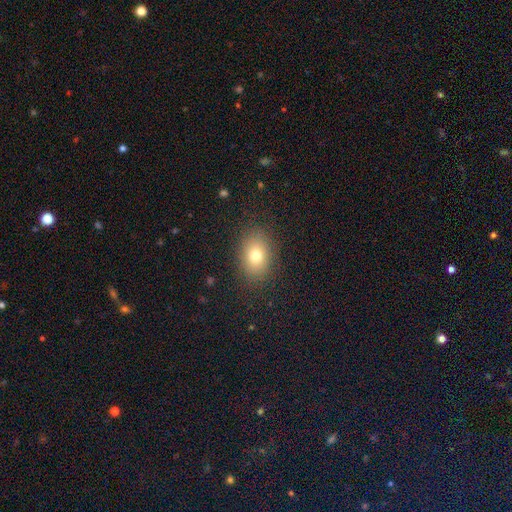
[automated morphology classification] Smooth or featured? Predicted: smooth (p=0.76). How rounded? Predicted: in between (p=0.66). Merging? Predicted: none (p=0.86).